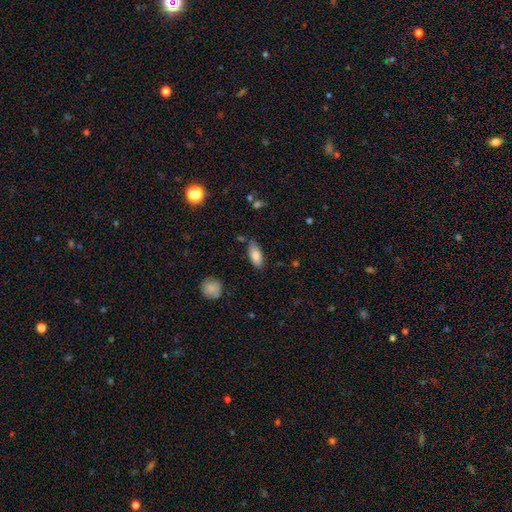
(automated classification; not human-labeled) This appears to be a smooth galaxy with no disk features (84%) that is in between round and cigar-shaped (86%). Merging: none (74%).